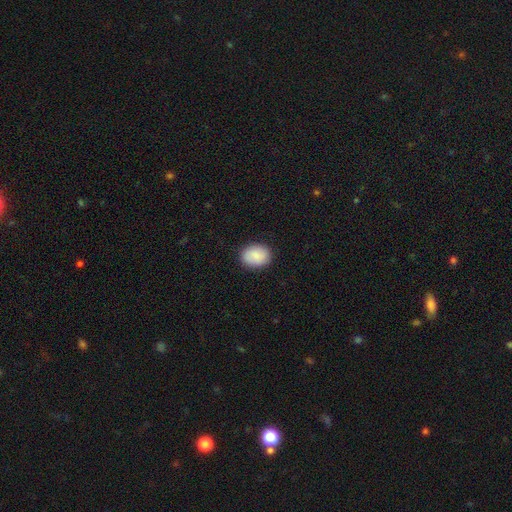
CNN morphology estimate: smooth 89%, star or artifact 7%, featured or disk 5%. Down the decision tree: how rounded — in between (61%); merging — none (88%).